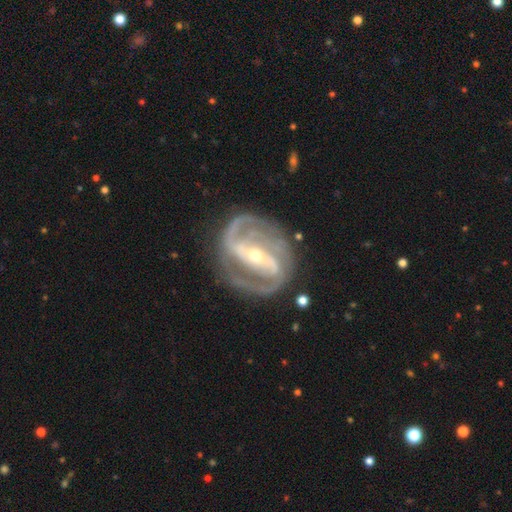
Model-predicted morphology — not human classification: Smooth or featured: featured or disk — 91% (star or artifact — 5%)
Edge-on disk: no — 97% (yes — 3%)
Bar: strong — 67% (weak — 22%)
Spiral arms: yes — 97% (no — 3%)
Spiral winding: medium — 50% (tight — 38%)
Spiral arm count: 2 — 85% (3 — 6%)
Bulge size: small — 65% (moderate — 32%)
Merging: none — 78% (minor disturbance — 14%)